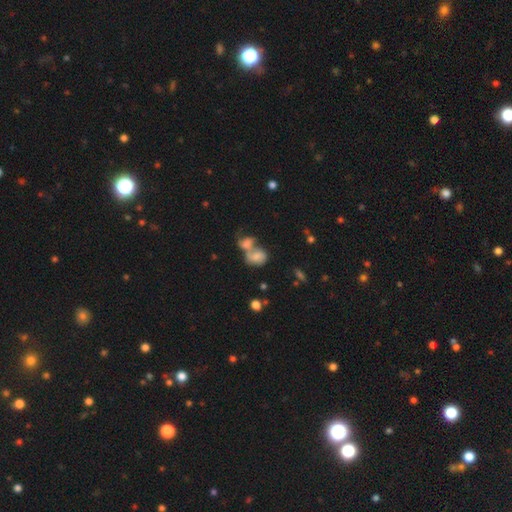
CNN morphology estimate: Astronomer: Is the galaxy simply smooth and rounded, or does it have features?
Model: smooth — 64%.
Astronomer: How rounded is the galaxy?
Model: in between — 68%.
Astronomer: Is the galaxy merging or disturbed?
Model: merger — 68%.